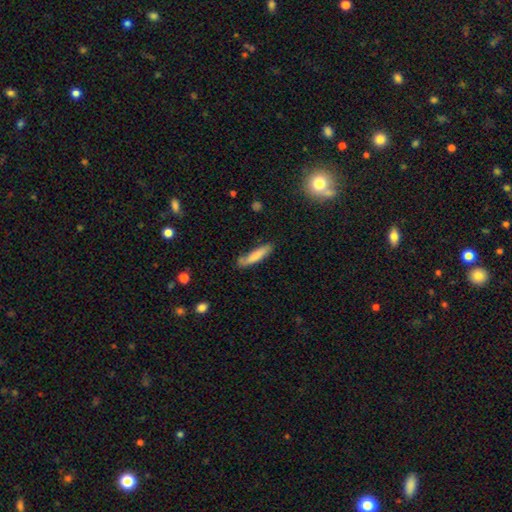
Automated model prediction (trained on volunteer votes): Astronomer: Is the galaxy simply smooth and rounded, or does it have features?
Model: smooth — 76%.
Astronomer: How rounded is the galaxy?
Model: cigar-shaped — 80%.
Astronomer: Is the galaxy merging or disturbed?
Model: none — 69%.